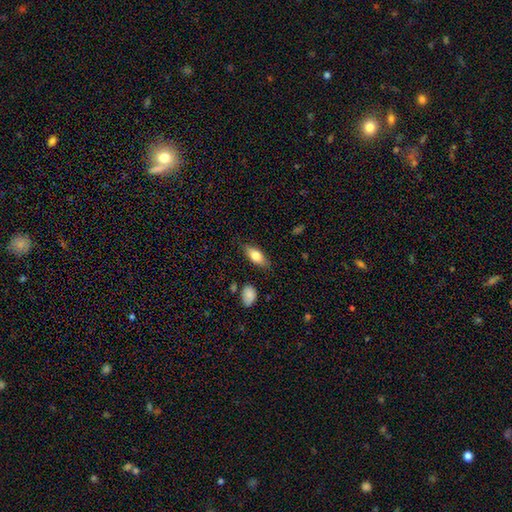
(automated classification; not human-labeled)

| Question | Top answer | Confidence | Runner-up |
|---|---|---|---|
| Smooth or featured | smooth | 76% | featured or disk (18%) |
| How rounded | in between | 79% | cigar-shaped (18%) |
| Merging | none | 81% | minor disturbance (14%) |